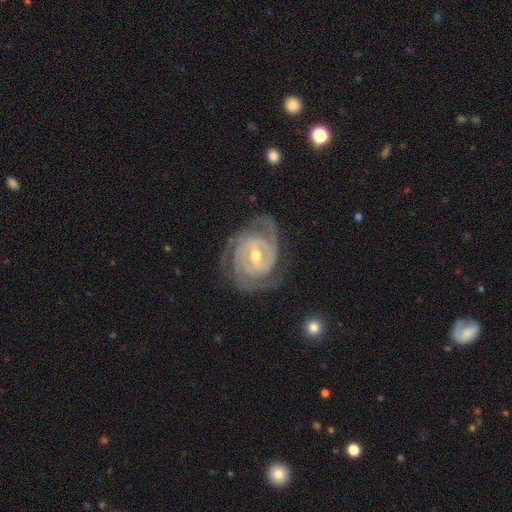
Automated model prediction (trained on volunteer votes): This appears to be a featured or disk galaxy (92%) with a weak bar (47%), 2 (39%) tight (71%) spiral arms (98%) and a moderate central bulge (56%). Merging: none (75%).